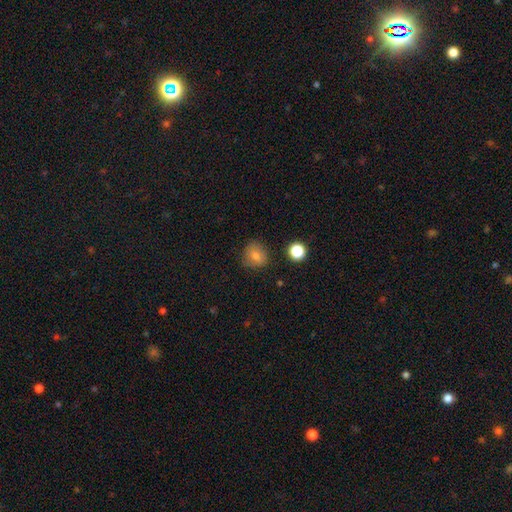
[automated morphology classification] Q: Smooth or featured?
A: smooth (75%); runner-up: star or artifact (13%)
Q: How rounded?
A: round (81%); runner-up: in between (18%)
Q: Merging?
A: none (79%); runner-up: minor disturbance (15%)